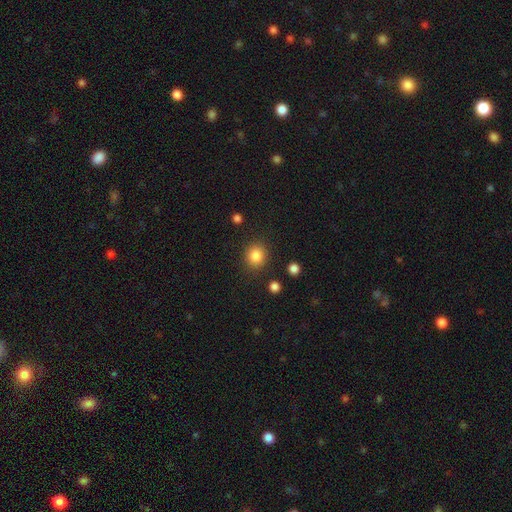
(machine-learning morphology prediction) A smooth galaxy with no disk features (85%) that is round (84%).

Vote fractions:
- Smooth or featured? smooth: 85% / star or artifact: 10% / featured or disk: 4%
- How rounded? round: 84% / in between: 15% / cigar-shaped: 1%
- Merging? none: 87% / minor disturbance: 8% / major disturbance: 3% / merger: 2%